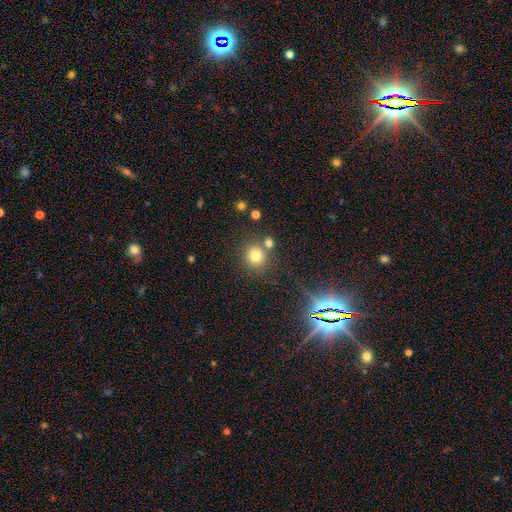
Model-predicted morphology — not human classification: smooth 77%, star or artifact 15%, featured or disk 8%. Down the decision tree: how rounded — round (89%); merging — none (72%).